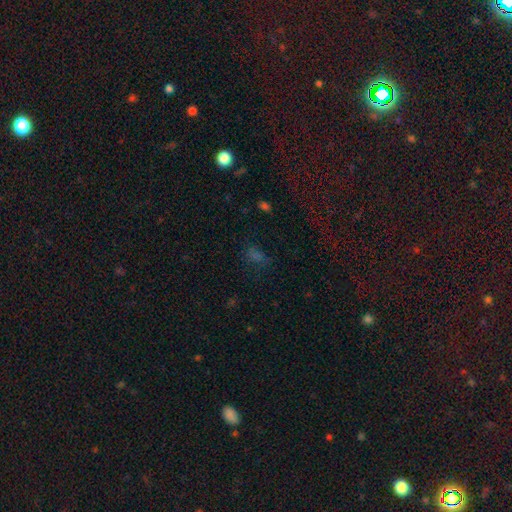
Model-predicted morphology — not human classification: A smooth galaxy with no disk features (47%). Merging: none (69%).